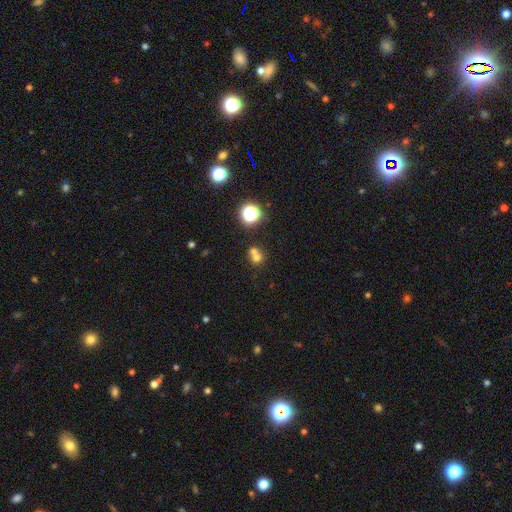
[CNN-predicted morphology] A smooth galaxy with no disk features (65%) that is round (79%). Merging: merger (55%).